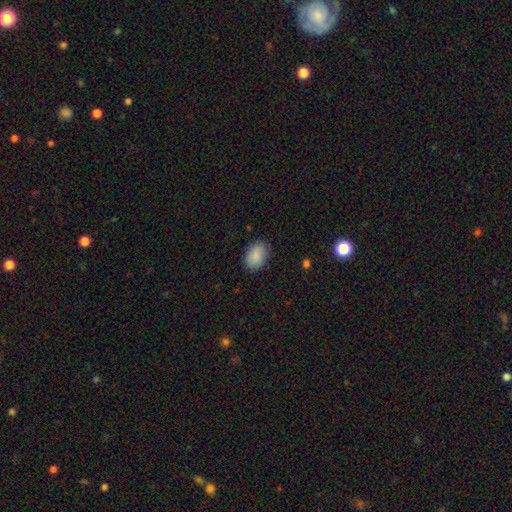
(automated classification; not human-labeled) This is clearly a smooth galaxy (89%). How rounded: clearly in between (88%). Merging: clearly none (85%).